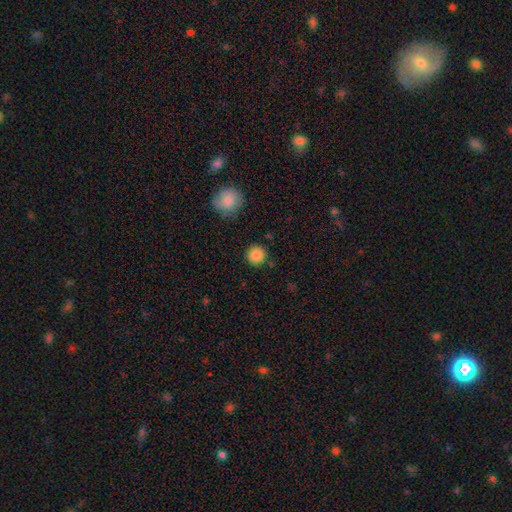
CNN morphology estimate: The model was most divided on "smooth or featured": smooth: 87%, star or artifact: 10%, featured or disk: 4%. More confident: how rounded — round (95%); merging — none (89%).